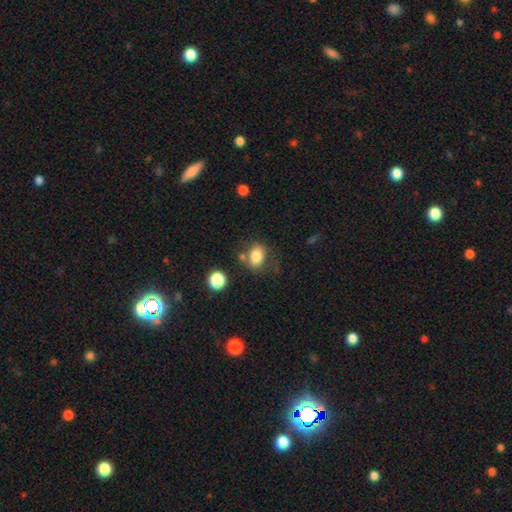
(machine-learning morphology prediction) This is clearly a smooth galaxy (81%). How rounded: likely in between (62%). Merging: likely none (61%).